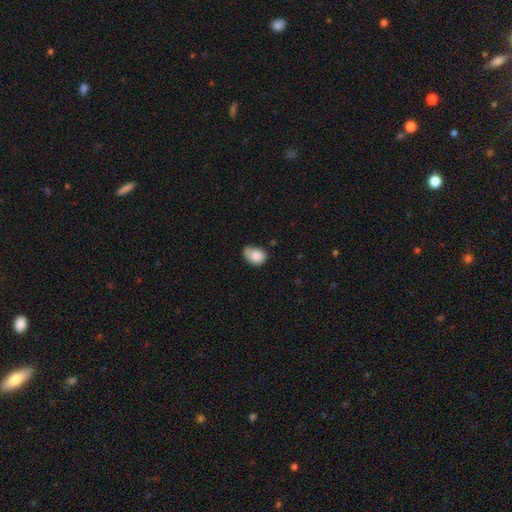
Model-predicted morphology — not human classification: Overall: smooth (85%). How rounded: in between (69%; round 30%). Merging: none (48%; minor disturbance 40%).